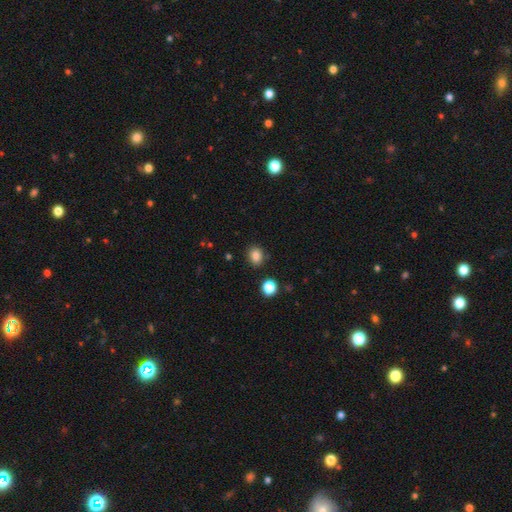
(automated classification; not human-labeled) This appears to be a smooth galaxy with no disk features (84%) that is round (63%). Merging: none (86%).